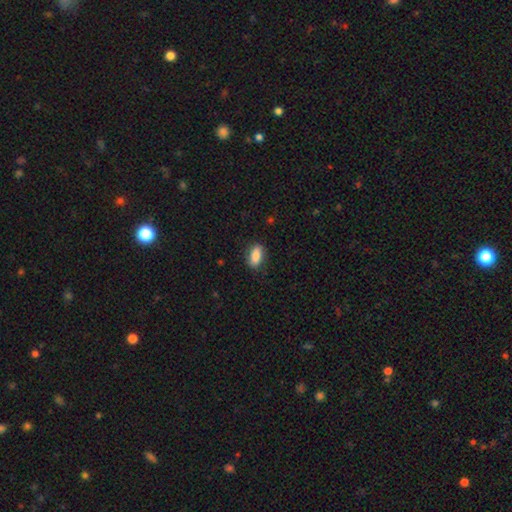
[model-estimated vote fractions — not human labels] Q: Smooth or featured?
A: smooth (83%); runner-up: featured or disk (10%)
Q: How rounded?
A: in between (86%); runner-up: cigar-shaped (10%)
Q: Merging?
A: none (81%); runner-up: minor disturbance (14%)